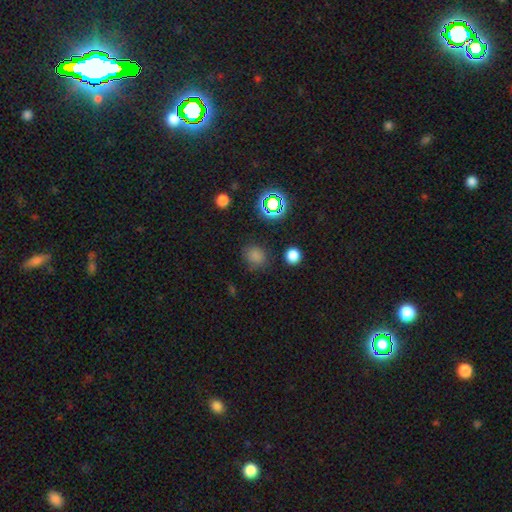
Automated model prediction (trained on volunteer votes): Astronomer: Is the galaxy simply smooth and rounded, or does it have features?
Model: smooth — 72%.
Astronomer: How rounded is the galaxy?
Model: round — 69%.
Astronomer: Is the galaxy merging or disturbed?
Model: none — 78%.